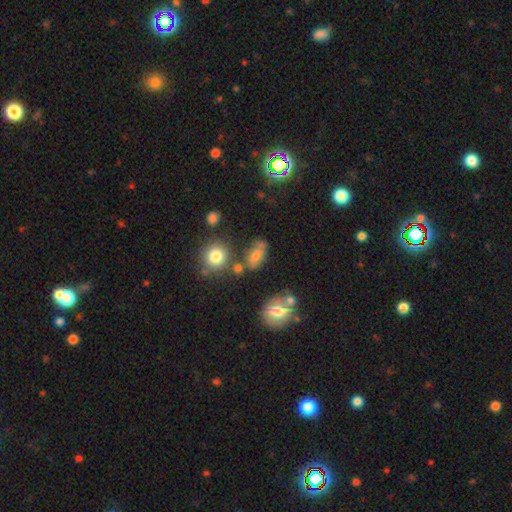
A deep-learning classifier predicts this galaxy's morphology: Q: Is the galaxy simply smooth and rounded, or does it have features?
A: smooth — 63%.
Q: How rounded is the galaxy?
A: in between — 75%.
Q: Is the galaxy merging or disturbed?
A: none — 55%.